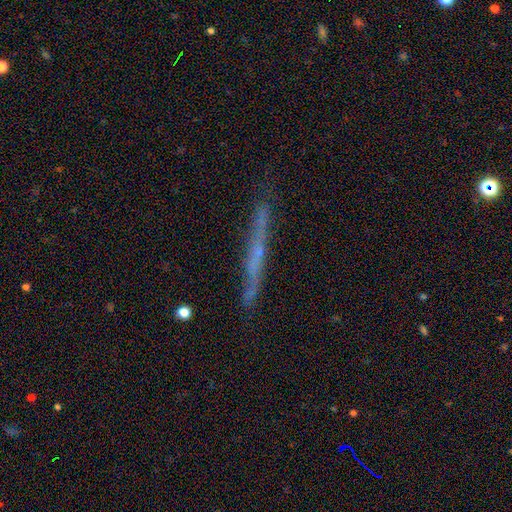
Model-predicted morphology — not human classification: featured or disk 59%, smooth 30%, star or artifact 10%. Down the decision tree: edge-on disk — yes (95%); edge-on bulge — none (73%); merging — none (85%).